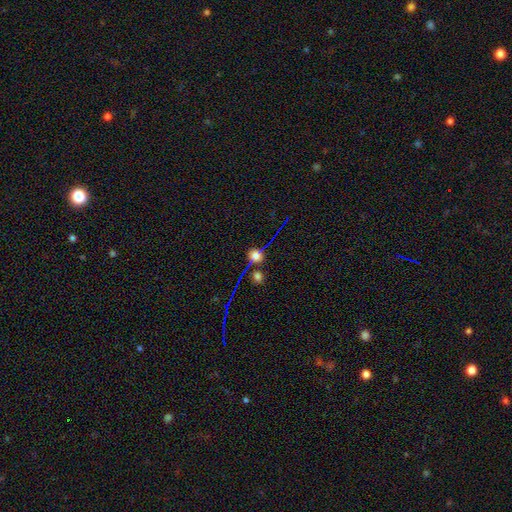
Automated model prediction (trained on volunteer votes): A smooth galaxy with no disk features (53%) that is round (72%). Merging: none (69%).